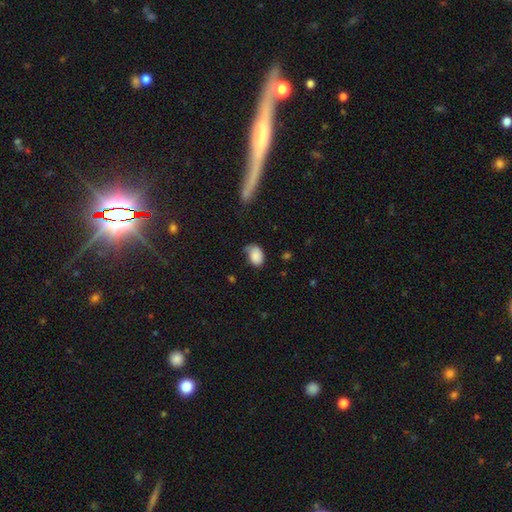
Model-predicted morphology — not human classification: Smooth or featured? smooth (85%)
How rounded? in between (83%)
Merging? none (51%)